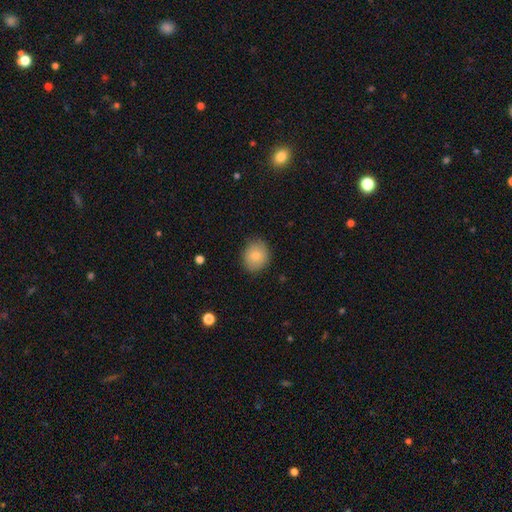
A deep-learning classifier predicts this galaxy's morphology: The model was most divided on "how rounded": round: 65%, in between: 34%, cigar-shaped: 1%. More confident: merging — none (82%); smooth or featured — smooth (80%).